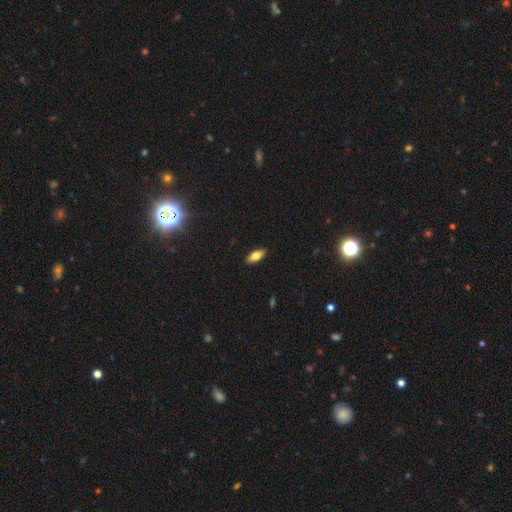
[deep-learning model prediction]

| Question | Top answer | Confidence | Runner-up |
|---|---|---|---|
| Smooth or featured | smooth | 73% | featured or disk (20%) |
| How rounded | in between | 80% | cigar-shaped (17%) |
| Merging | none | 88% | minor disturbance (9%) |